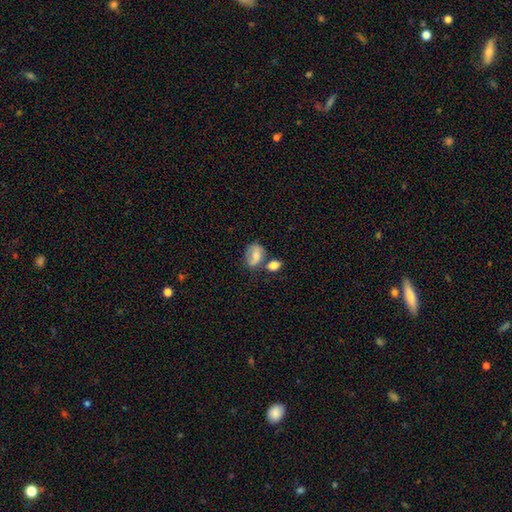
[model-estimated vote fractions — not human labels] Morphology: type=smooth (66%); roundness=in between (76%); merging=none (39%).